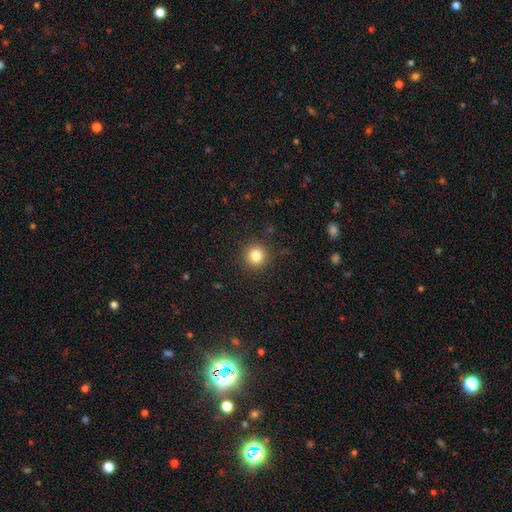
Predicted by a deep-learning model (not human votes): A smooth galaxy with no disk features (82%) that is round (95%).

Vote fractions:
- Smooth or featured? smooth: 82% / star or artifact: 12% / featured or disk: 6%
- How rounded? round: 95% / in between: 4% / cigar-shaped: 1%
- Merging? none: 91% / minor disturbance: 6% / major disturbance: 2% / merger: 1%